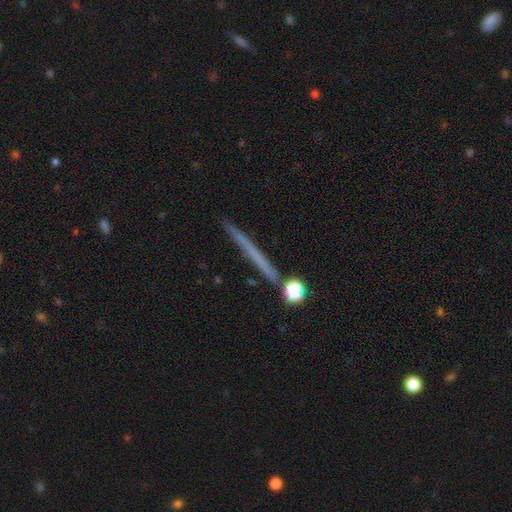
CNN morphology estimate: Smooth or featured: featured or disk — 46% (smooth — 44%)
Merging: none — 87% (minor disturbance — 7%)